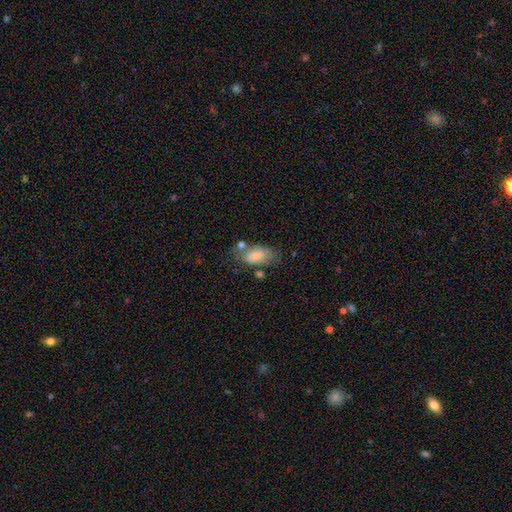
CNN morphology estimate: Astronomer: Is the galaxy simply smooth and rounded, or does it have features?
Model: smooth — 75%.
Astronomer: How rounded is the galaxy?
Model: in between — 92%.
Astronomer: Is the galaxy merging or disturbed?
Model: none — 48% (runner-up: minor disturbance, 26%).